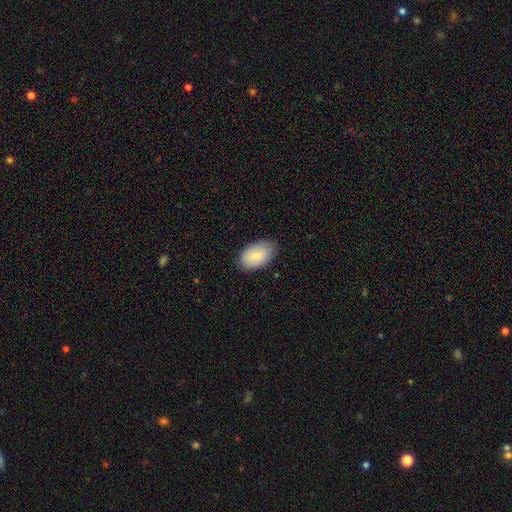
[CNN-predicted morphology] type=smooth (85%); roundness=in between (93%); merging=none (79%).